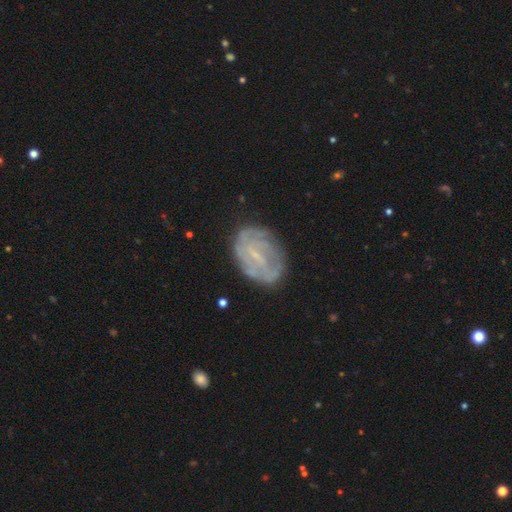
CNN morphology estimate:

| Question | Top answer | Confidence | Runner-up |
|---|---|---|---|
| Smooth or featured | featured or disk | 71% | smooth (19%) |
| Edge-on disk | no | 96% | yes (4%) |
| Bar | weak | 49% | no (29%) |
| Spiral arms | yes | 79% | no (21%) |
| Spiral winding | tight | 55% | medium (32%) |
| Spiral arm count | can't tell | 44% | 2 (31%) |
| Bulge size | small | 61% | none (24%) |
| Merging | none | 74% | minor disturbance (17%) |